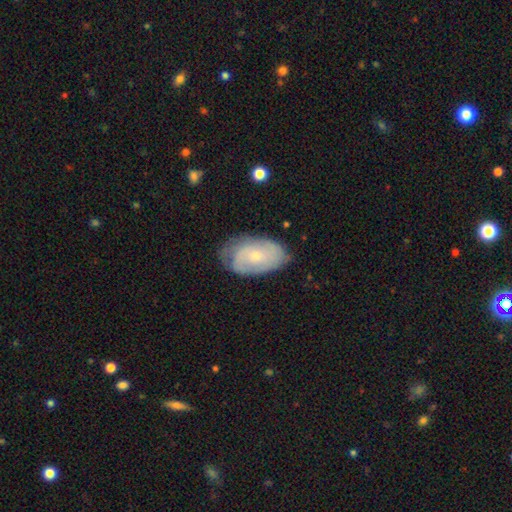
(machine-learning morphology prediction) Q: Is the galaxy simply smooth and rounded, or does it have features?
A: featured or disk — 56%.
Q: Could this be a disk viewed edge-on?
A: no — 95%.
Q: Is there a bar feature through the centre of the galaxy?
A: no — 74%.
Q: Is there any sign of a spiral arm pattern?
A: yes — 77%.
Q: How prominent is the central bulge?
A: small — 62%.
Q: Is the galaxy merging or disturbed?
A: none — 65%.